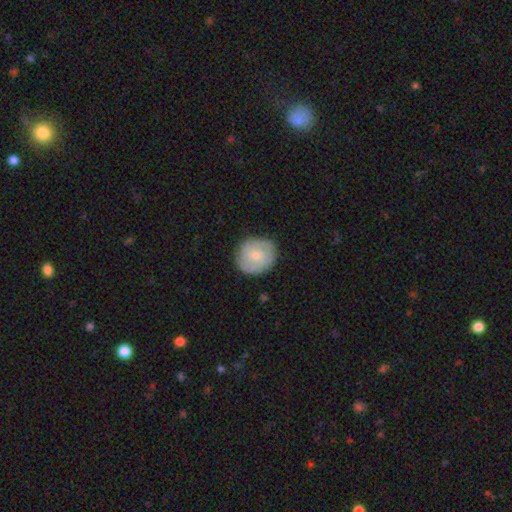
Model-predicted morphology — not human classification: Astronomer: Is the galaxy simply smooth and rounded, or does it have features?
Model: smooth — 52% (runner-up: featured or disk, 42%).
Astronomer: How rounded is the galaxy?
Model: round — 86%.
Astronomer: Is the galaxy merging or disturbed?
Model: none — 83%.